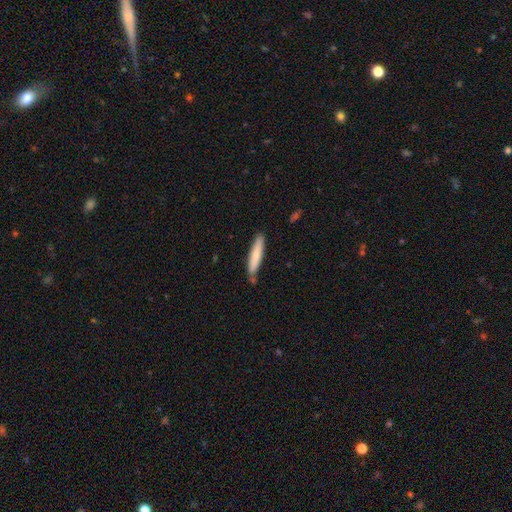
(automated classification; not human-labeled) Smooth or featured?
  - smooth: 75% *
  - featured or disk: 20%
  - star or artifact: 5%
How rounded?
  - cigar-shaped: 87% *
  - in between: 11%
  - round: 1%
Merging?
  - none: 75% *
  - minor disturbance: 17%
  - merger: 4%
  - major disturbance: 3%